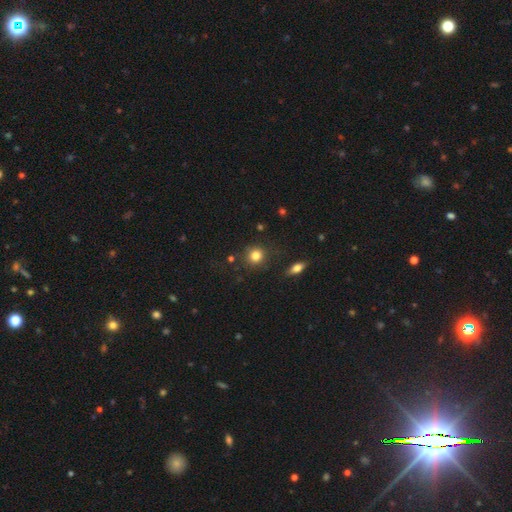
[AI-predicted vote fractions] This appears to be a smooth galaxy with no disk features (82%) that is round (89%). Merging: none (83%).